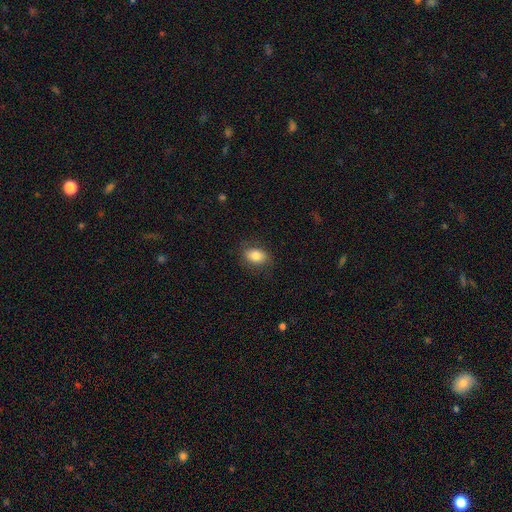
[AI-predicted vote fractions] smooth 82%, featured or disk 9%, star or artifact 8%. Down the decision tree: how rounded — in between (79%); merging — none (82%).